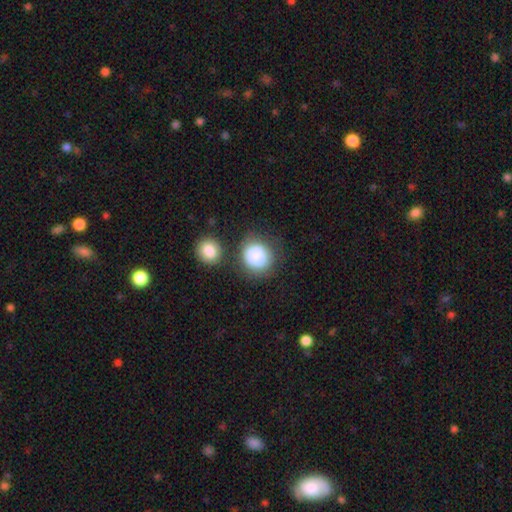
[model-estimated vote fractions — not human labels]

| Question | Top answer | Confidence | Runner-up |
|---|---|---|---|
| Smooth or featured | smooth | 85% | star or artifact (8%) |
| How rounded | round | 78% | in between (21%) |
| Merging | none | 60% | minor disturbance (17%) |